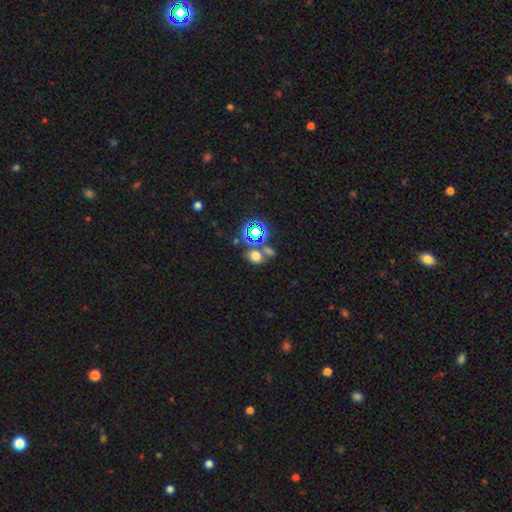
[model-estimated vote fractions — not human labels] Smooth or featured: smooth — 59% (star or artifact — 32%)
How rounded: in between — 56% (round — 43%)
Merging: none — 55% (merger — 29%)